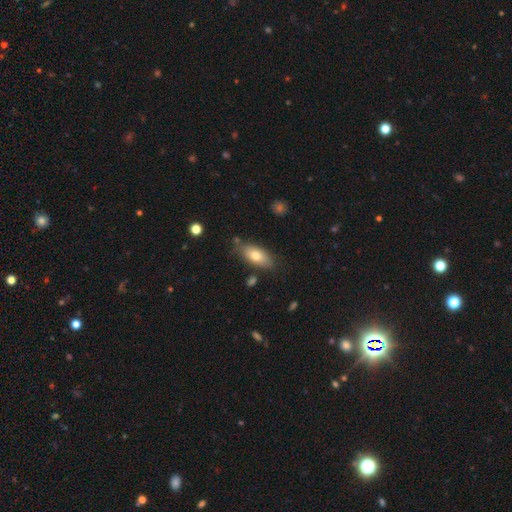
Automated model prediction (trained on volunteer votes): This appears to be a smooth galaxy with no disk features (73%) that is in between round and cigar-shaped (85%). Merging: none (73%).